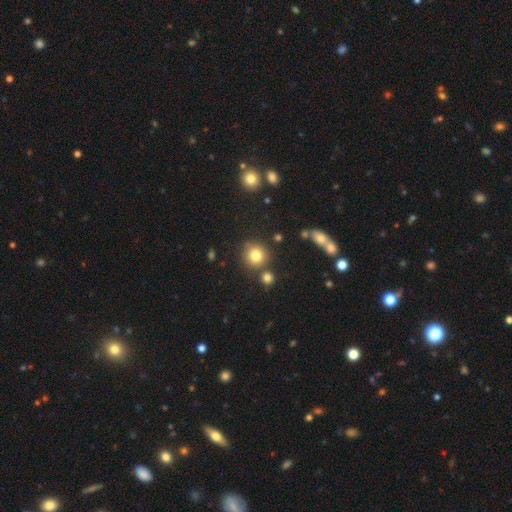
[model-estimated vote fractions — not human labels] Smooth or featured? Predicted: smooth (p=0.80). How rounded? Predicted: round (p=0.91). Merging? Predicted: none (p=0.77).